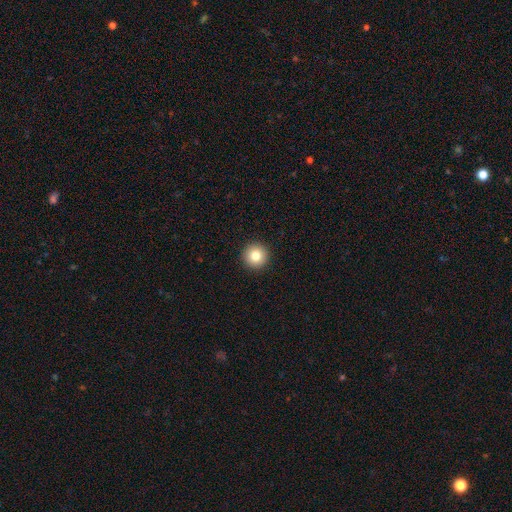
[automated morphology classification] The model was most divided on "smooth or featured": smooth: 82%, star or artifact: 10%, featured or disk: 8%. More confident: how rounded — round (96%); merging — none (94%).